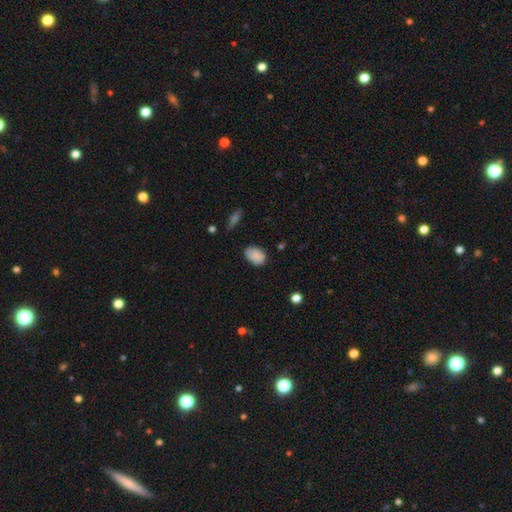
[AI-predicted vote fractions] Smooth or featured? Predicted: smooth (p=0.85). How rounded? Predicted: in between (p=0.87). Merging? Predicted: none (p=0.74).